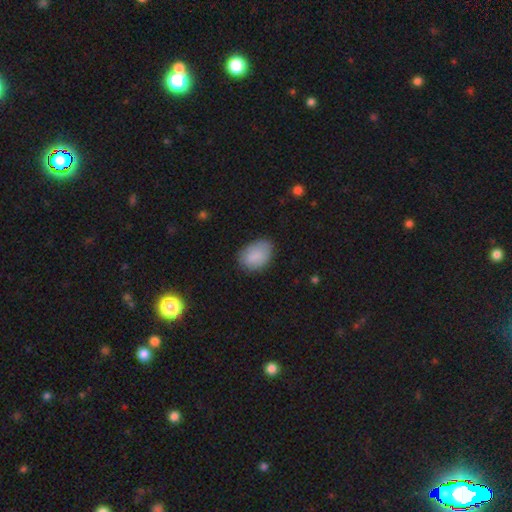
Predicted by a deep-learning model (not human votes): Smooth or featured?
  - smooth: 83% *
  - featured or disk: 10%
  - star or artifact: 7%
How rounded?
  - in between: 83% *
  - round: 15%
  - cigar-shaped: 1%
Merging?
  - none: 75% *
  - minor disturbance: 19%
  - major disturbance: 4%
  - merger: 1%